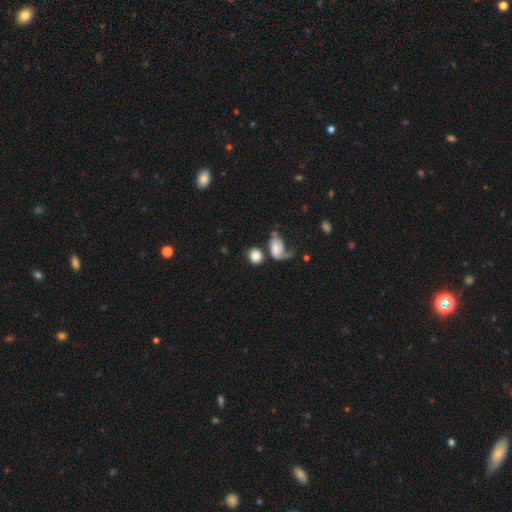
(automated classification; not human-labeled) This appears to be a smooth galaxy with no disk features (77%) that is round (69%). Merging: none (47%).